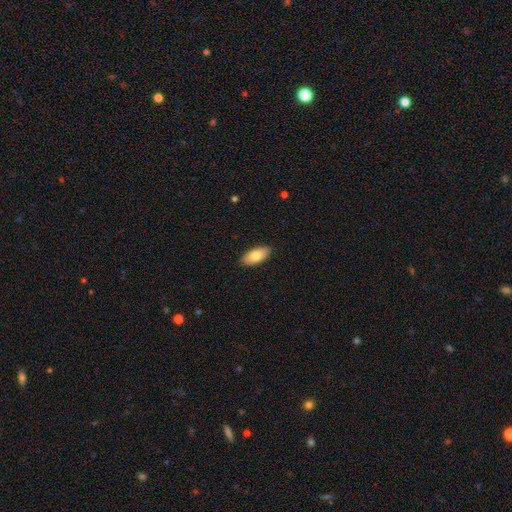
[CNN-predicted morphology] smooth-or-featured: smooth: 77% | featured or disk: 16% | star or artifact: 6%
  how-rounded: in between: 88% | cigar-shaped: 9% | round: 2%
  merging: none: 90% | minor disturbance: 8% | major disturbance: 2% | merger: 1%